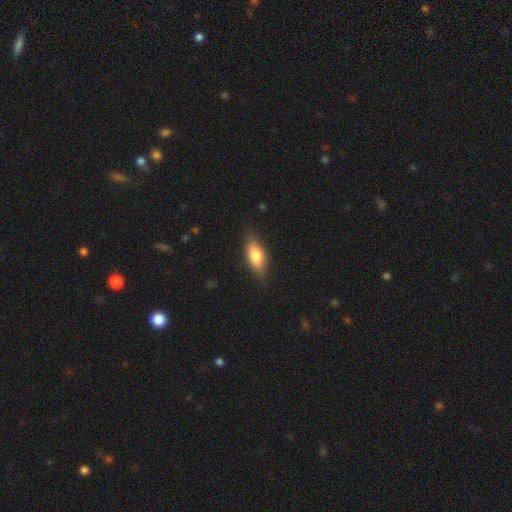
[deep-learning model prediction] smooth_or_featured: smooth (p=0.76) [alt: featured or disk p=0.17]
how_rounded: in between (p=0.80) [alt: cigar-shaped p=0.16]
merging: none (p=0.82) [alt: minor disturbance p=0.14]